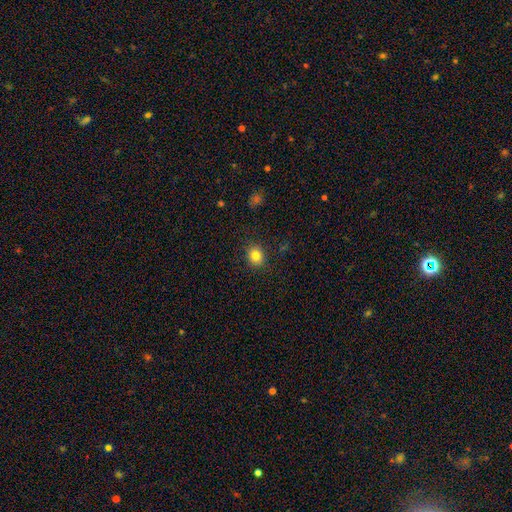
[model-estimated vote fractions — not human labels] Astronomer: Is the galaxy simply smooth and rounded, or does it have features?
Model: smooth — 82%.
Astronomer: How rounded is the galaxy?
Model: round — 68%.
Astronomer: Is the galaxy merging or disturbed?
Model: none — 89%.